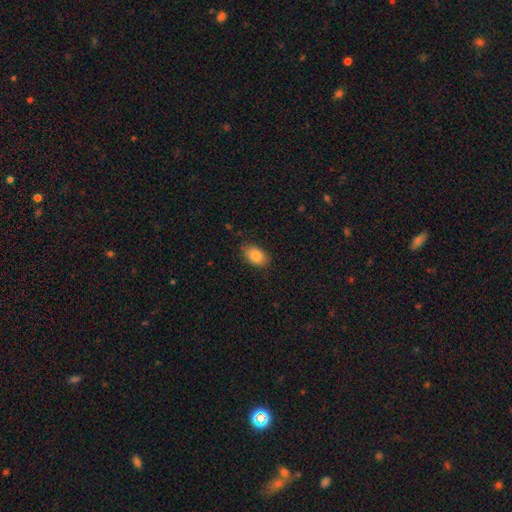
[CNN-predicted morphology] Smooth or featured? Predicted: smooth (p=0.86). How rounded? Predicted: in between (p=0.89). Merging? Predicted: none (p=0.81).